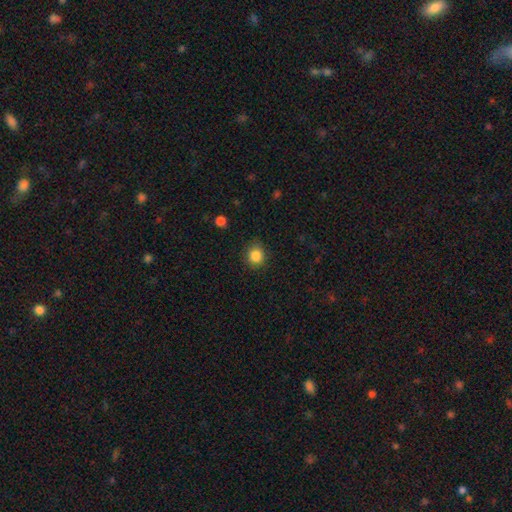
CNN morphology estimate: type=smooth (85%); roundness=round (85%); merging=none (84%).